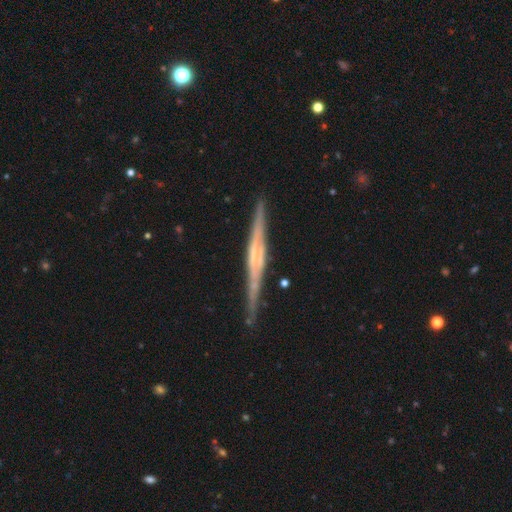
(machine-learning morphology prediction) Smooth or featured? Predicted: featured or disk (p=0.81). Edge-on disk? Predicted: yes (p=0.97). Edge-on bulge? Predicted: boxy (p=0.39). Merging? Predicted: none (p=0.85).